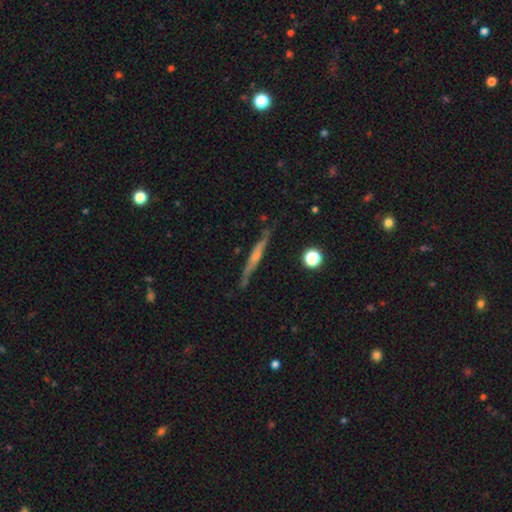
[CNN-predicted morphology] Q: Smooth or featured?
A: featured or disk (63%); runner-up: smooth (30%)
Q: Edge-on disk?
A: yes (95%); runner-up: no (5%)
Q: Edge-on bulge?
A: none (46%); runner-up: rounded (43%)
Q: Merging?
A: none (83%); runner-up: minor disturbance (13%)